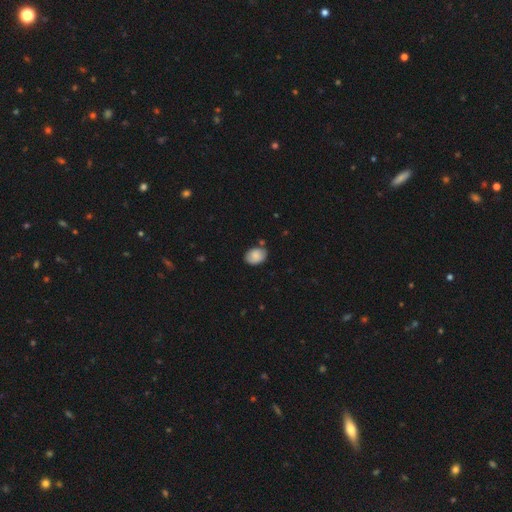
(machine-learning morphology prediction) This is clearly a smooth galaxy (82%). How rounded: likely in between (75%). Merging: likely none (73%).